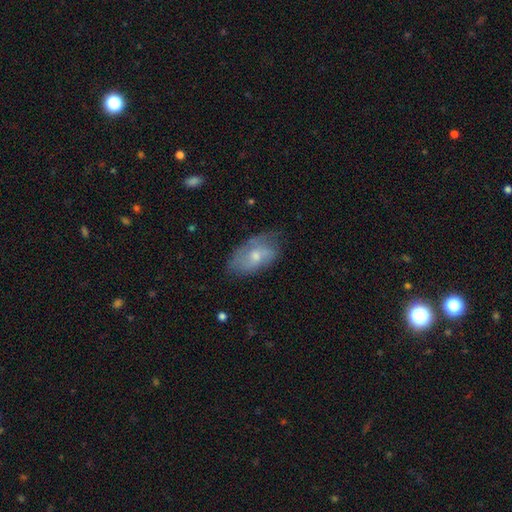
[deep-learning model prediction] Smooth or featured?
  - featured or disk: 48% *
  - smooth: 44%
  - star or artifact: 7%
Merging?
  - none: 58% *
  - minor disturbance: 30%
  - major disturbance: 11%
  - merger: 2%